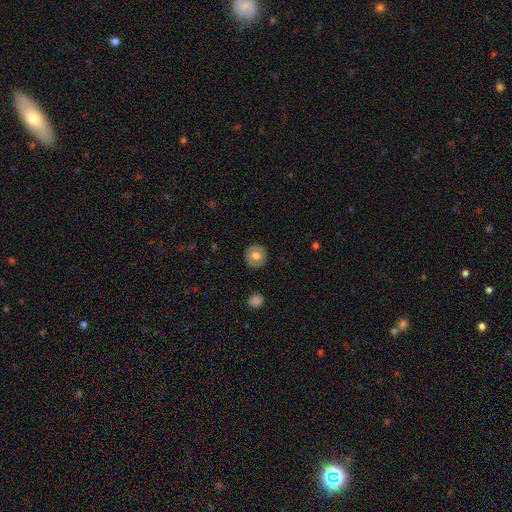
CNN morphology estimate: type=smooth (70%); roundness=round (92%); merging=none (90%).